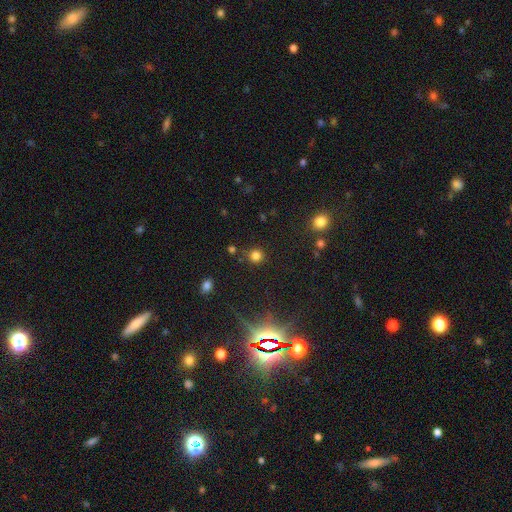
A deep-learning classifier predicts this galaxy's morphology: smooth 76%, star or artifact 19%, featured or disk 5%. Down the decision tree: how rounded — round (89%); merging — none (84%).